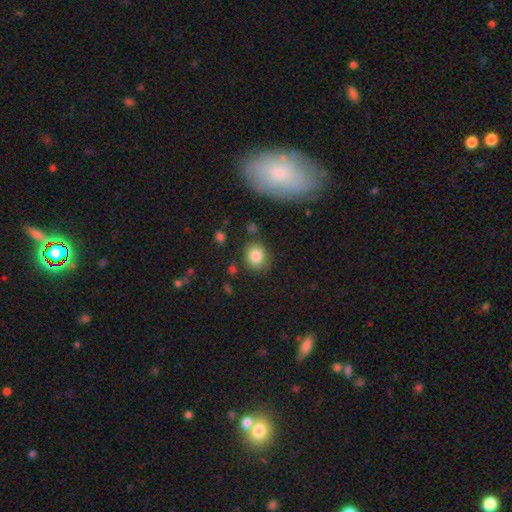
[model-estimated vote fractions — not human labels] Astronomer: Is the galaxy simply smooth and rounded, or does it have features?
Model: smooth — 85%.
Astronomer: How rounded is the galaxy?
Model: round — 74%.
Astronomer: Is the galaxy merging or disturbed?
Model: none — 80%.